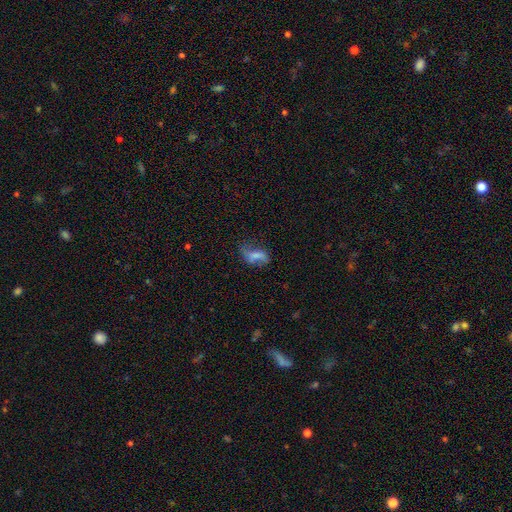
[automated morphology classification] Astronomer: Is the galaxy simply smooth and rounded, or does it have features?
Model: smooth — 47% (runner-up: featured or disk, 42%).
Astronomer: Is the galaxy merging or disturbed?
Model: none — 43% (runner-up: minor disturbance, 27%).